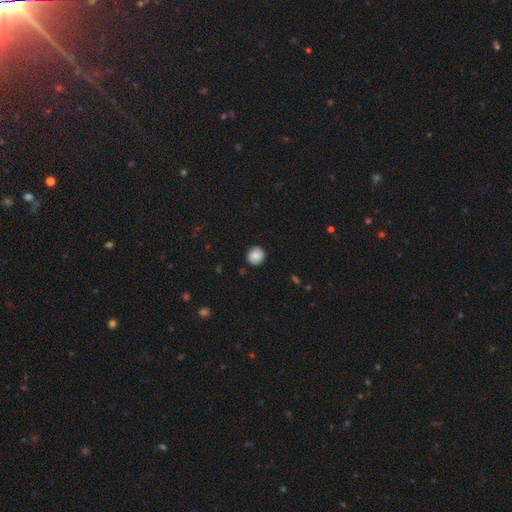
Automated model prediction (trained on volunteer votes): This appears to be a smooth galaxy with no disk features (86%) that is round (88%). Merging: none (88%).